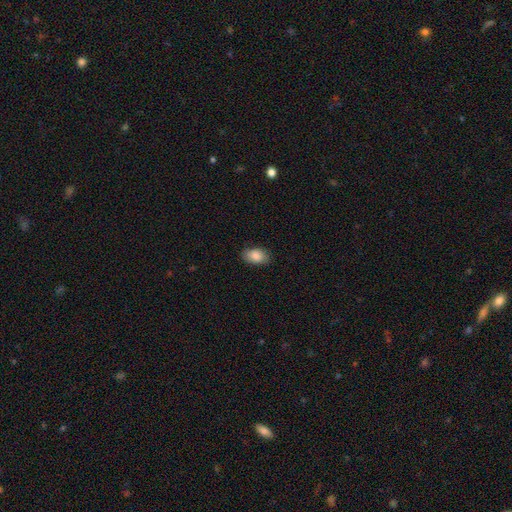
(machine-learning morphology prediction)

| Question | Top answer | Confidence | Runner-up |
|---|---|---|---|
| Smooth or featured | smooth | 87% | star or artifact (7%) |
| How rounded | in between | 90% | round (9%) |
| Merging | none | 85% | minor disturbance (12%) |